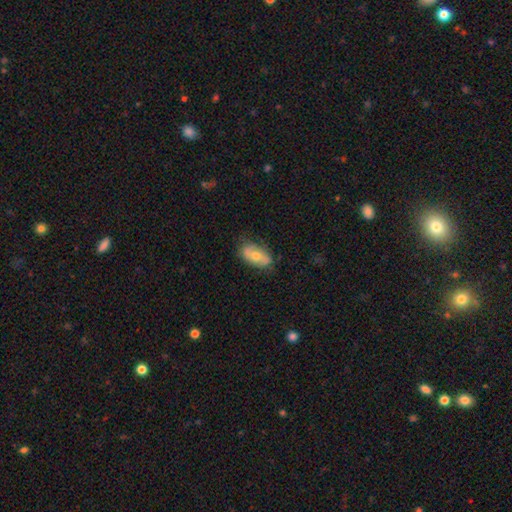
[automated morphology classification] A smooth galaxy with no disk features (55%) that is in between round and cigar-shaped (90%). Merging: none (75%).